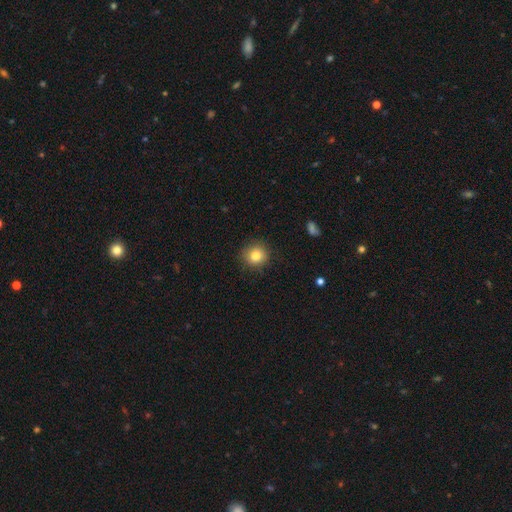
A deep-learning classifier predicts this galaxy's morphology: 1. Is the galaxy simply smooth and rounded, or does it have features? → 83% smooth, 10% star or artifact, 7% featured or disk.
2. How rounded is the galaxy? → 89% round, 10% in between, 1% cigar-shaped.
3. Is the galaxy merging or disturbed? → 89% none, 8% minor disturbance, 2% major disturbance, 1% merger.